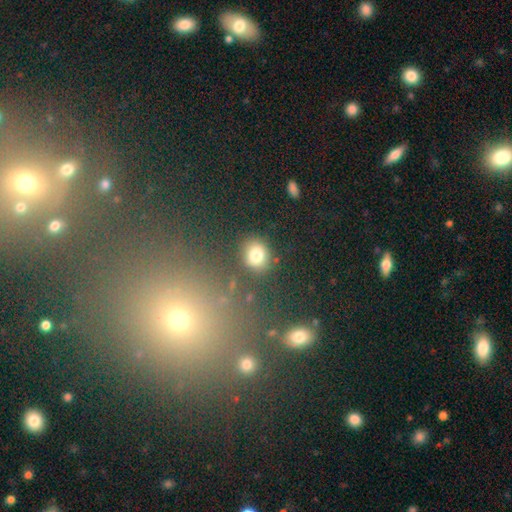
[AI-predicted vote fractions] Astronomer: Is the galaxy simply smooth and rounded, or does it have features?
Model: smooth — 79%.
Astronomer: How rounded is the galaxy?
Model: round — 69%.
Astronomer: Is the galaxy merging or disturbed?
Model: none — 81%.